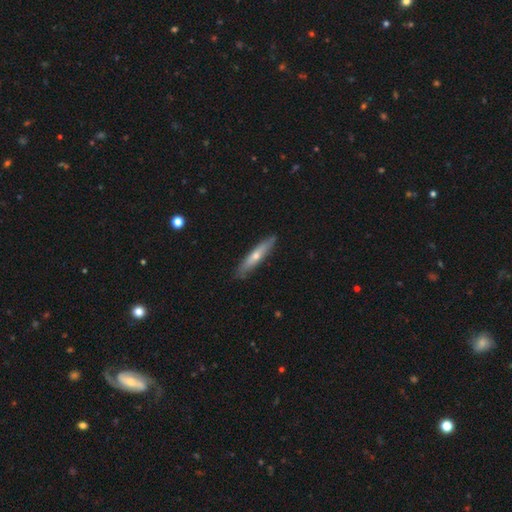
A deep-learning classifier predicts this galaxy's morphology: smooth 49%, featured or disk 45%, star or artifact 6%. Down the decision tree: merging — none (85%).